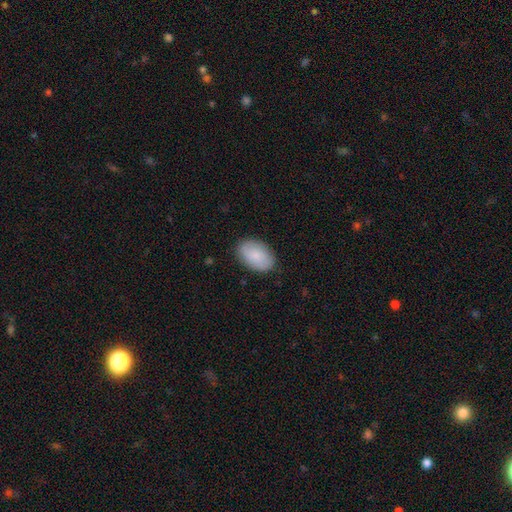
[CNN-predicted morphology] smooth-or-featured: smooth: 81% | featured or disk: 12% | star or artifact: 6%
  how-rounded: in between: 89% | round: 10% | cigar-shaped: 1%
  merging: none: 85% | minor disturbance: 12% | major disturbance: 3% | merger: 1%